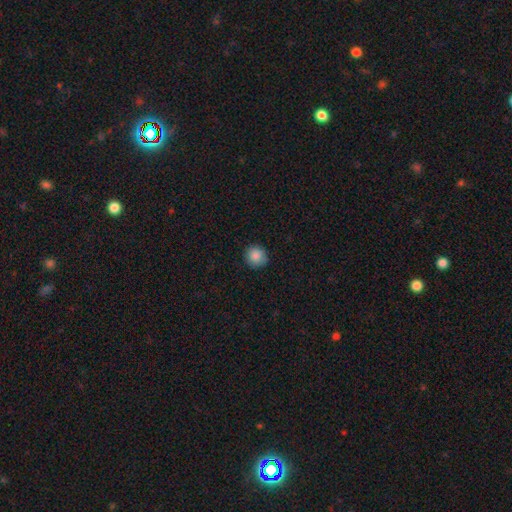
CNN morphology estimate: Smooth or featured? smooth (87%)
How rounded? round (91%)
Merging? none (85%)